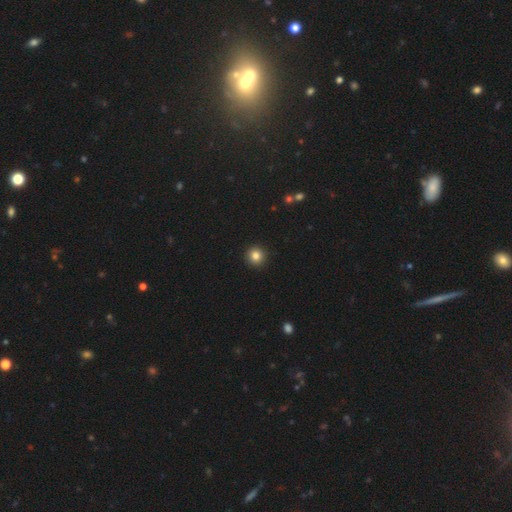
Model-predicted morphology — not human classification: A smooth galaxy with no disk features (84%) that is round (95%). Merging: none (93%).